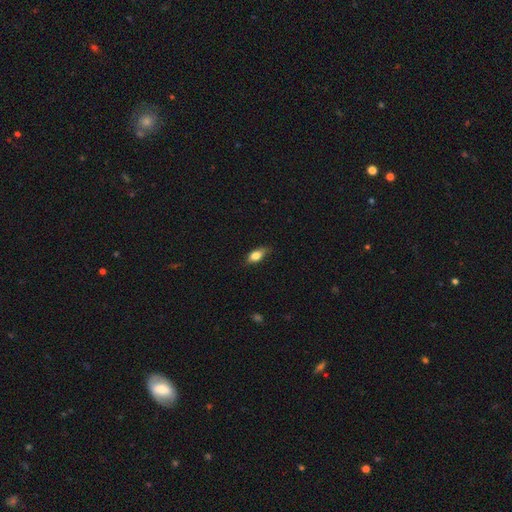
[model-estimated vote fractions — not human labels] Q: Smooth or featured?
A: smooth (75%); runner-up: featured or disk (17%)
Q: How rounded?
A: in between (82%); runner-up: cigar-shaped (13%)
Q: Merging?
A: none (76%); runner-up: minor disturbance (20%)